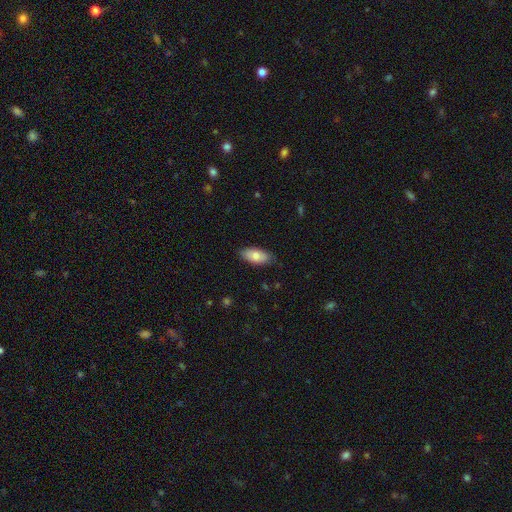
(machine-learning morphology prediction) A smooth galaxy with no disk features (77%) that is in between round and cigar-shaped (89%).

Vote fractions:
- Smooth or featured? smooth: 77% / featured or disk: 17% / star or artifact: 6%
- How rounded? in between: 89% / cigar-shaped: 8% / round: 3%
- Merging? none: 83% / minor disturbance: 14% / major disturbance: 2% / merger: 1%